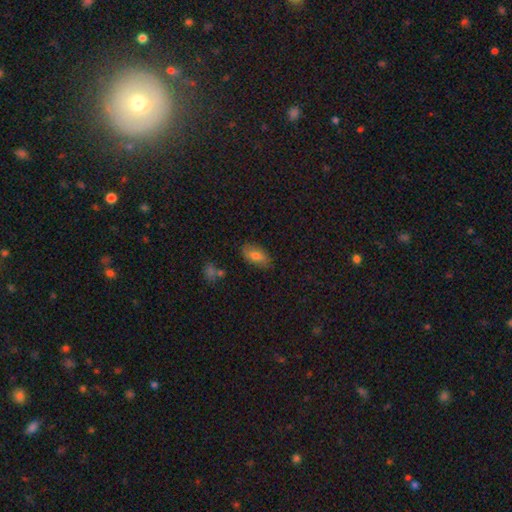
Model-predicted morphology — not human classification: Smooth or featured? Predicted: smooth (p=0.77). How rounded? Predicted: in between (p=0.91). Merging? Predicted: none (p=0.82).